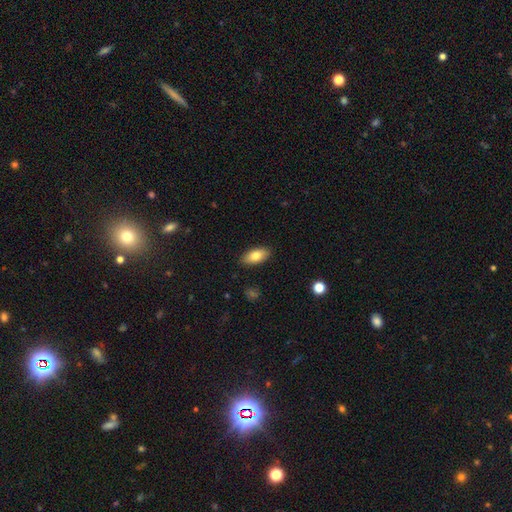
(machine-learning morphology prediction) A smooth galaxy with no disk features (80%) that is in between round and cigar-shaped (88%). Merging: none (88%).